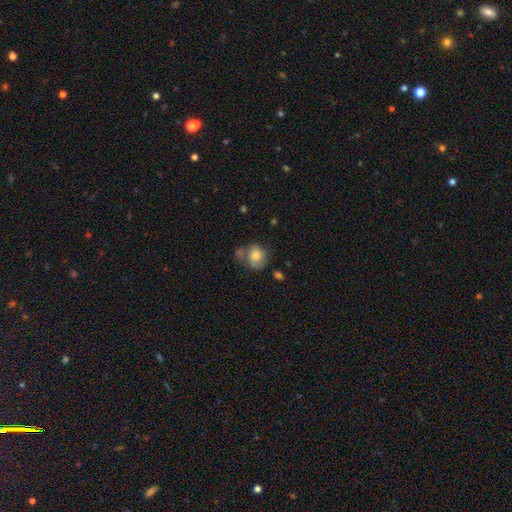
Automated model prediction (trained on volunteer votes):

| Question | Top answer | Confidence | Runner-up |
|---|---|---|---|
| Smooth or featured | smooth | 72% | featured or disk (20%) |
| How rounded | round | 73% | in between (26%) |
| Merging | none | 43% | merger (25%) |